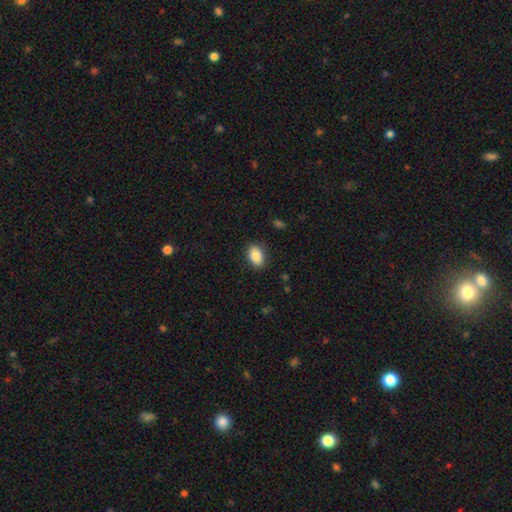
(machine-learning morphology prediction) Smooth or featured?
  - smooth: 86% *
  - star or artifact: 8%
  - featured or disk: 6%
How rounded?
  - in between: 83% *
  - round: 16%
  - cigar-shaped: 1%
Merging?
  - none: 86% *
  - minor disturbance: 10%
  - major disturbance: 3%
  - merger: 1%